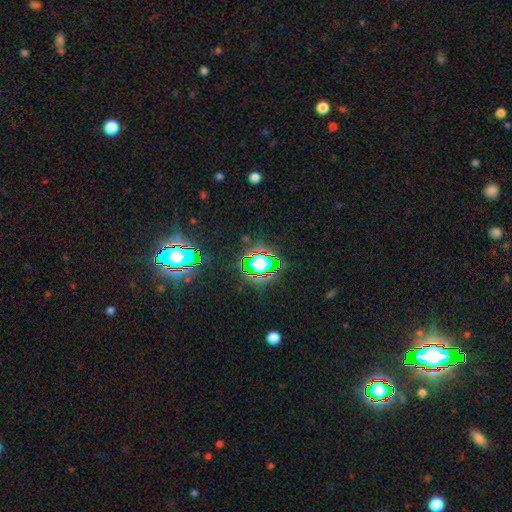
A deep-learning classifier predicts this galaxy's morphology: This appears to be a star or artifact, not a galaxy (80%).